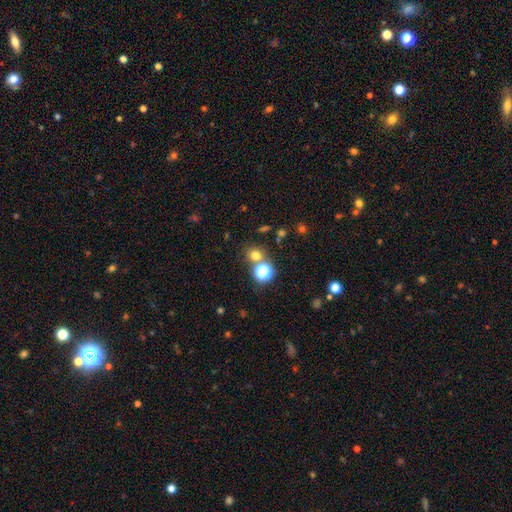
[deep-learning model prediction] Q: Smooth or featured?
A: smooth (69%); runner-up: star or artifact (24%)
Q: How rounded?
A: round (84%); runner-up: in between (15%)
Q: Merging?
A: none (71%); runner-up: merger (18%)